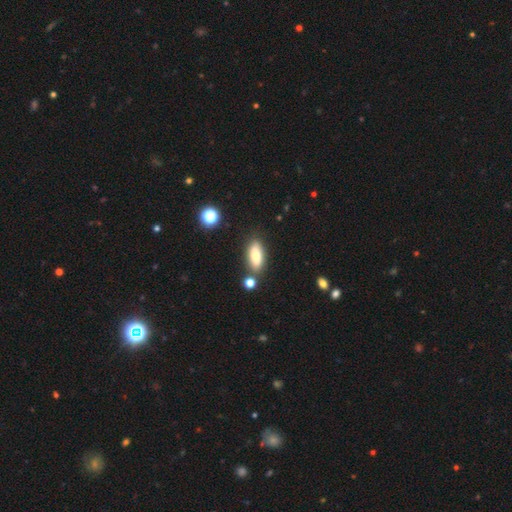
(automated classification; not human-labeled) smooth_or_featured: smooth (p=0.76) [alt: featured or disk p=0.16]
how_rounded: in between (p=0.75) [alt: cigar-shaped p=0.22]
merging: none (p=0.77) [alt: minor disturbance p=0.12]